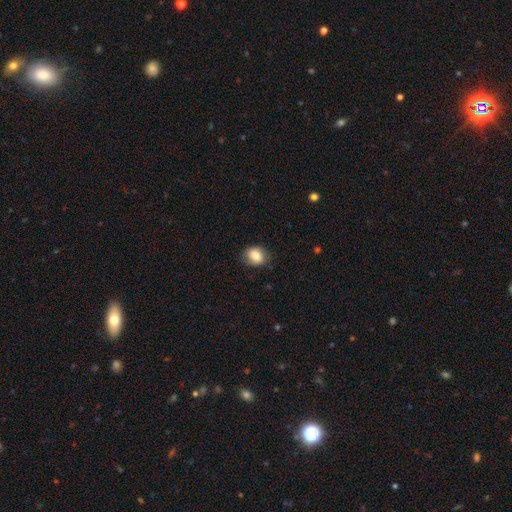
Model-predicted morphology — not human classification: type=smooth (84%); roundness=in between (54%); merging=none (80%).